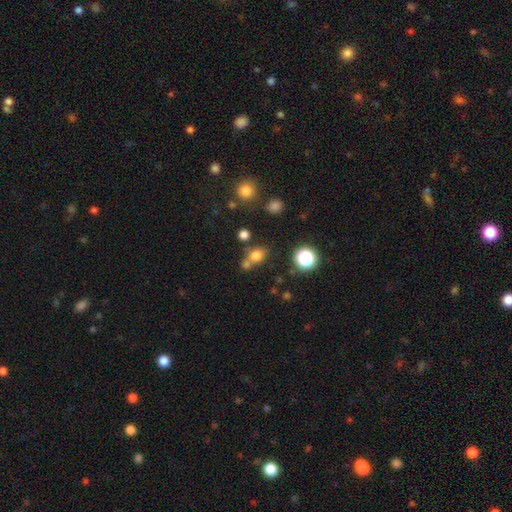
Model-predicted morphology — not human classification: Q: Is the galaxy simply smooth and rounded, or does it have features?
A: smooth — 74%.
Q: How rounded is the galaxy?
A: round — 57%.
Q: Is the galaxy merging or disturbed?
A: none — 54%.